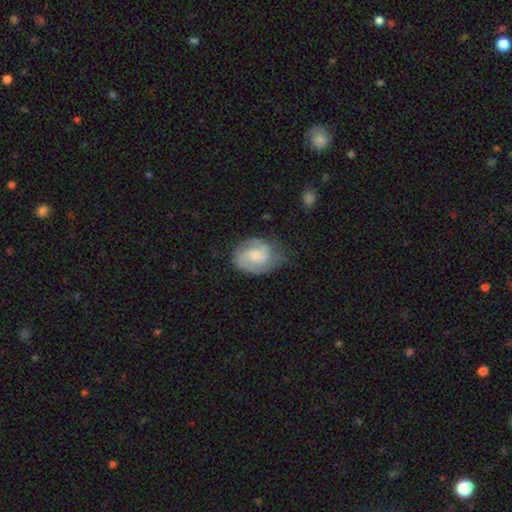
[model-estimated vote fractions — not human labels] The model was most divided on "bulge size": small: 41%, moderate: 40%, none: 11%, large: 6%, dominant: 1%. Remaining: edge-on disk — no (98%); spiral arms — yes (96%); spiral arm count — 2 (84%); smooth or featured — featured or disk (80%); merging — none (70%); bar — no (55%); spiral winding — medium (47%).